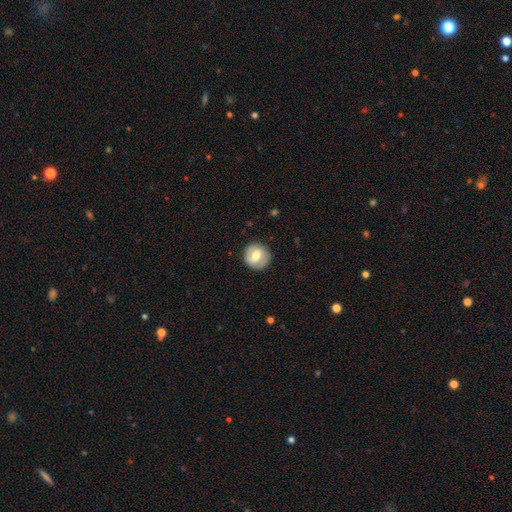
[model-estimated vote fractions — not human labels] Smooth or featured? Predicted: smooth (p=0.58). How rounded? Predicted: round (p=0.90). Merging? Predicted: none (p=0.86).